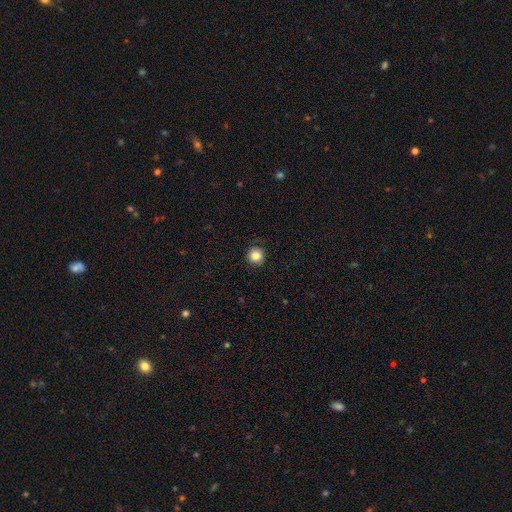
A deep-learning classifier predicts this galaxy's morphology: smooth-or-featured: smooth: 85% | star or artifact: 10% | featured or disk: 5%
  how-rounded: round: 94% | in between: 5% | cigar-shaped: 1%
  merging: none: 89% | minor disturbance: 8% | major disturbance: 2% | merger: 1%